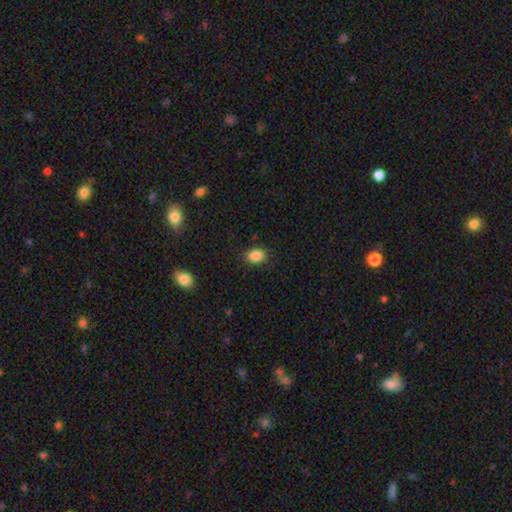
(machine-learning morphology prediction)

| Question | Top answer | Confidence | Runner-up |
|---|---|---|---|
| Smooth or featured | smooth | 88% | star or artifact (9%) |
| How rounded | in between | 70% | round (29%) |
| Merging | none | 86% | minor disturbance (10%) |